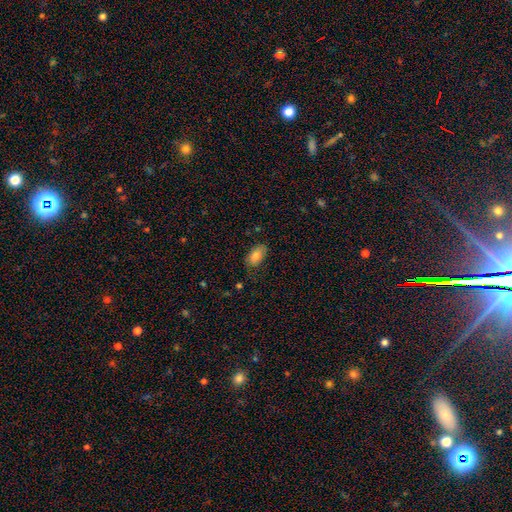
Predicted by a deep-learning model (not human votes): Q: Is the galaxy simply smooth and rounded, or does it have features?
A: smooth — 83%.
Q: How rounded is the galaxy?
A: in between — 92%.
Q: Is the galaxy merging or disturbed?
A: none — 73%.